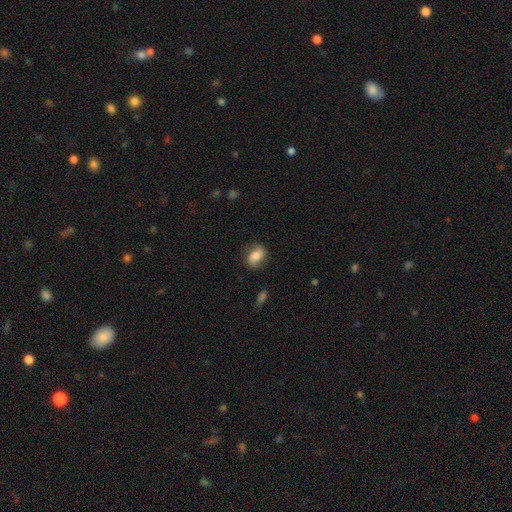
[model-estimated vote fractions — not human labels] Q: Smooth or featured?
A: smooth (76%); runner-up: featured or disk (16%)
Q: How rounded?
A: in between (76%); runner-up: round (22%)
Q: Merging?
A: none (75%); runner-up: minor disturbance (18%)